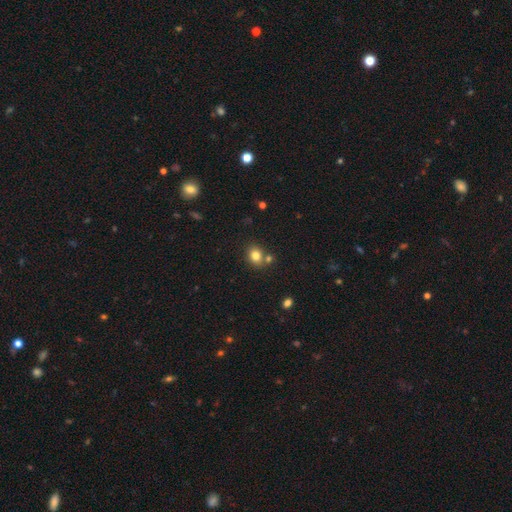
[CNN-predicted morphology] Smooth or featured? smooth (80%)
How rounded? round (63%)
Merging? none (68%)